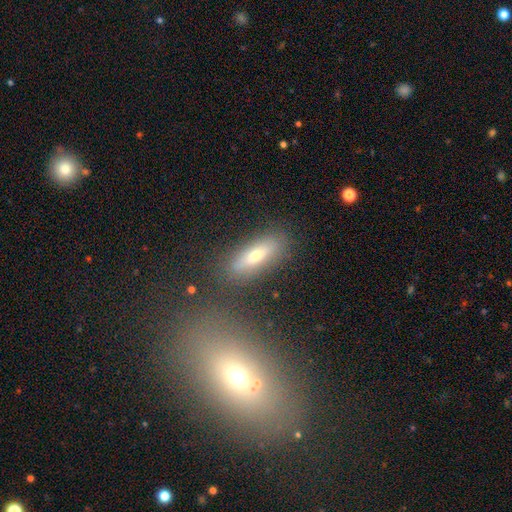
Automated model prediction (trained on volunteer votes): Smooth or featured?
  - smooth: 58% *
  - featured or disk: 30%
  - star or artifact: 12%
How rounded?
  - in between: 55% *
  - cigar-shaped: 41%
  - round: 4%
Merging?
  - none: 81% *
  - minor disturbance: 10%
  - merger: 5%
  - major disturbance: 4%